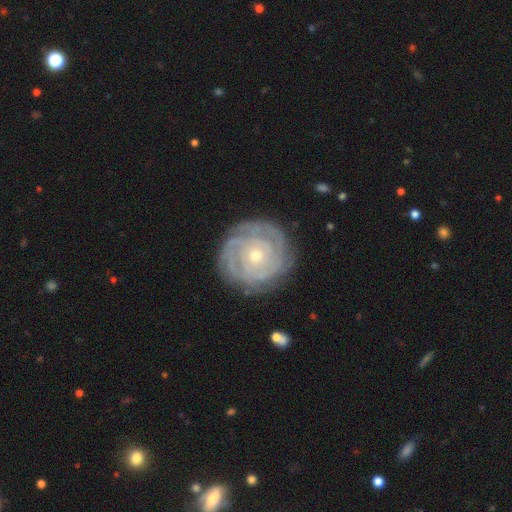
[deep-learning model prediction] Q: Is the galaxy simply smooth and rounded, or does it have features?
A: featured or disk — 85%.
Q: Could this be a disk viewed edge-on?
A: no — 97%.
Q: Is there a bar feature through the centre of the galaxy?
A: no — 80%.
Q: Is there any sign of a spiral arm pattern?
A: yes — 95%.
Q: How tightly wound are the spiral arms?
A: tight — 85%.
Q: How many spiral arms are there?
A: can't tell — 33%.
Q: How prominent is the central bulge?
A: small — 60%.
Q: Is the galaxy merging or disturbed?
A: none — 82%.